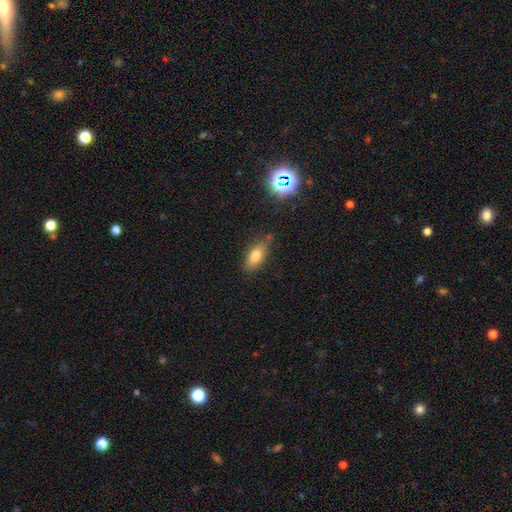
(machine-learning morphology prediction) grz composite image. It shows a smooth galaxy with no disk features (72%) that is in between round and cigar-shaped (77%). Merging: none (75%).